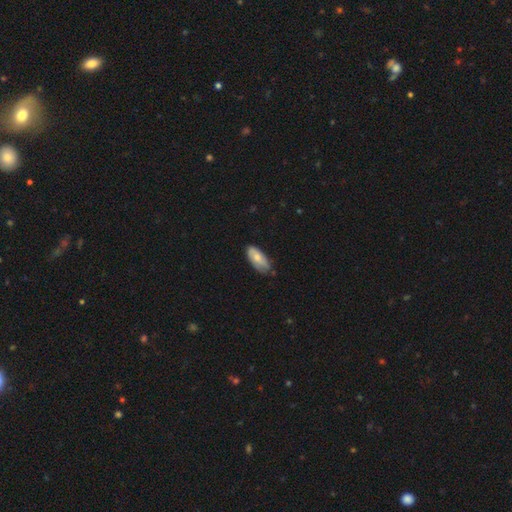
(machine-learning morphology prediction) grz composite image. It shows a smooth galaxy with no disk features (66%) that is in between round and cigar-shaped (86%). Merging: none (67%).